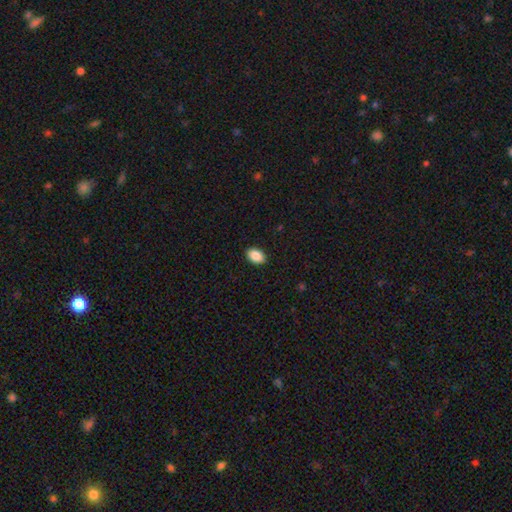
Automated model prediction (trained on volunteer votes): Smooth or featured?
  - smooth: 89% *
  - star or artifact: 7%
  - featured or disk: 4%
How rounded?
  - in between: 88% *
  - round: 11%
  - cigar-shaped: 1%
Merging?
  - none: 90% *
  - minor disturbance: 7%
  - major disturbance: 2%
  - merger: 1%